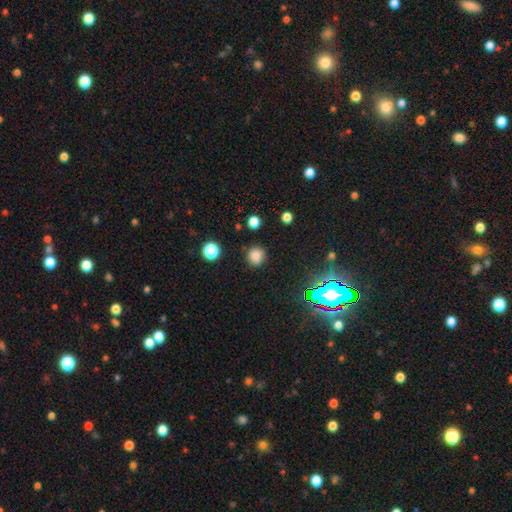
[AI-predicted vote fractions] smooth-or-featured: smooth: 78% | star or artifact: 17% | featured or disk: 5%
  how-rounded: round: 87% | in between: 12% | cigar-shaped: 1%
  merging: none: 82% | minor disturbance: 12% | major disturbance: 4% | merger: 2%